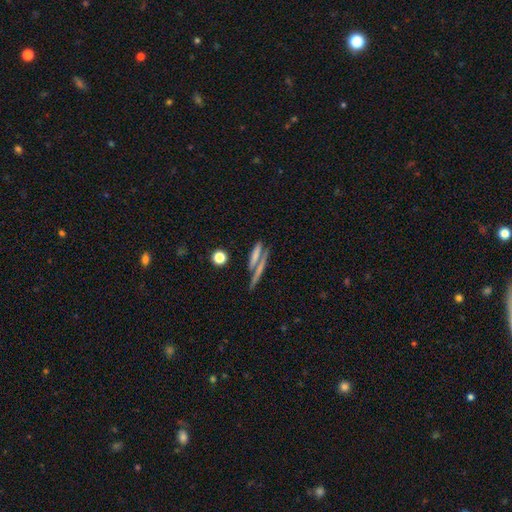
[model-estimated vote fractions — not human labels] Smooth or featured? smooth (53%)
How rounded? cigar-shaped (73%)
Merging? none (60%)